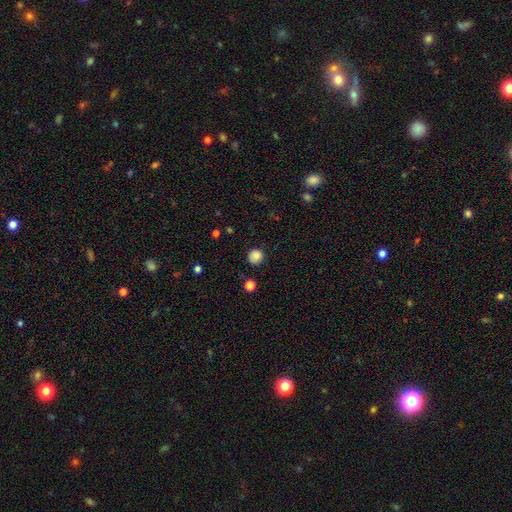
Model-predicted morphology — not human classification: Smooth or featured? smooth (84%)
How rounded? round (90%)
Merging? none (82%)